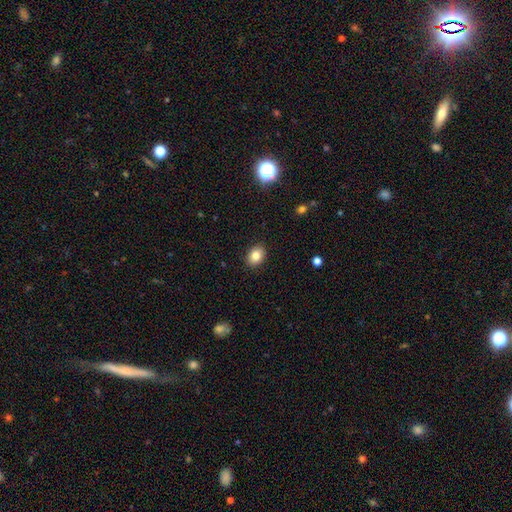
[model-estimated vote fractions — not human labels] Overall: smooth (83%). How rounded: in between (66%; round 33%). Merging: none (89%).